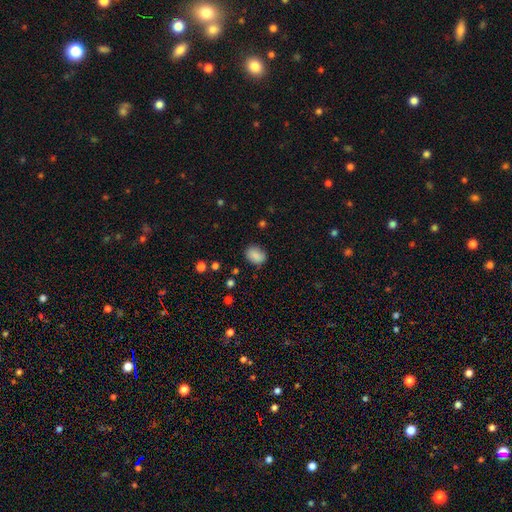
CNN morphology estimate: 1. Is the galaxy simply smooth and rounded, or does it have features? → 86% smooth, 8% star or artifact, 5% featured or disk.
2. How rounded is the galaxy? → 65% in between, 34% round, 1% cigar-shaped.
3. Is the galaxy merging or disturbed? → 82% none, 13% minor disturbance, 3% major disturbance, 1% merger.